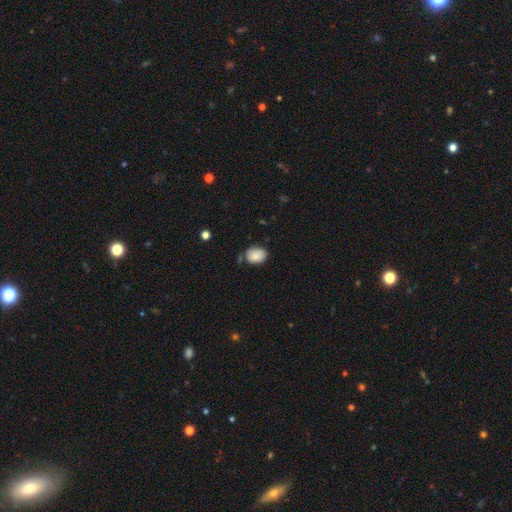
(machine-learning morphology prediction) Smooth or featured? smooth (79%)
How rounded? in between (61%)
Merging? none (62%)